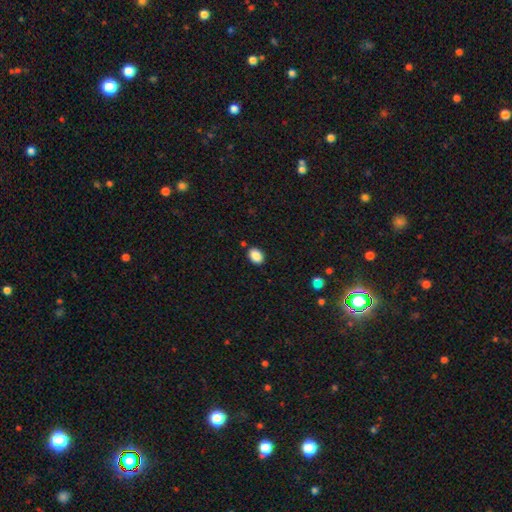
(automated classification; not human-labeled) This is clearly a smooth galaxy (88%). How rounded: likely in between (72%). Merging: clearly none (86%).